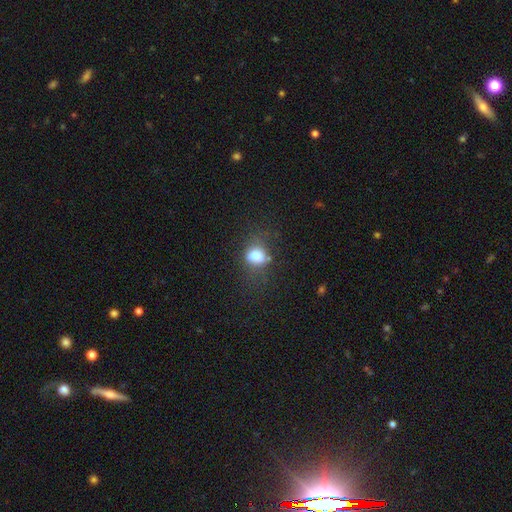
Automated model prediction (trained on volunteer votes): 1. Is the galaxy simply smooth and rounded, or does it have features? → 78% smooth, 12% star or artifact, 10% featured or disk.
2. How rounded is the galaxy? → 59% in between, 39% round, 2% cigar-shaped.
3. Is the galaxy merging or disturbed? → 54% none, 25% minor disturbance, 15% major disturbance, 6% merger.